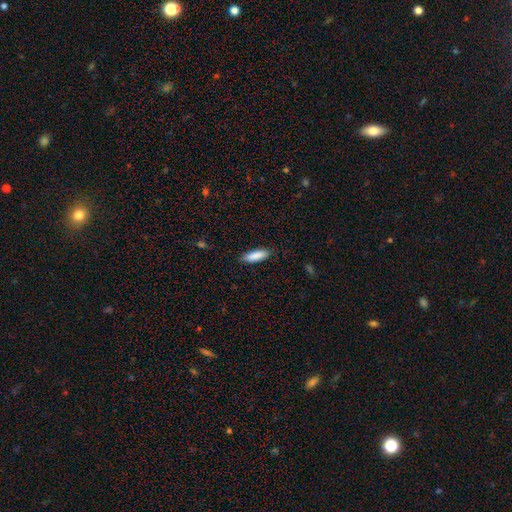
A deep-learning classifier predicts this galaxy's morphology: A smooth galaxy with no disk features (88%) that is cigar-shaped (53%).

Vote fractions:
- Smooth or featured? smooth: 88% / featured or disk: 6% / star or artifact: 6%
- How rounded? cigar-shaped: 53% / in between: 45% / round: 1%
- Merging? none: 86% / minor disturbance: 10% / major disturbance: 2% / merger: 1%